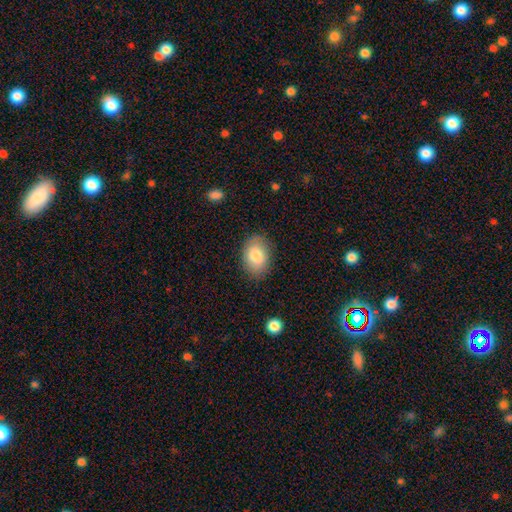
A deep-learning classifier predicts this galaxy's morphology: Overall: smooth (81%). How rounded: in between (84%). Merging: none (84%).